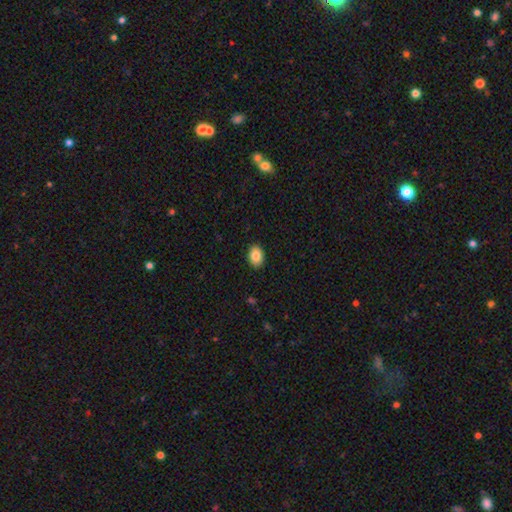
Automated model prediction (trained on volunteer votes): A smooth galaxy with no disk features (85%) that is in between round and cigar-shaped (77%). Merging: none (90%).